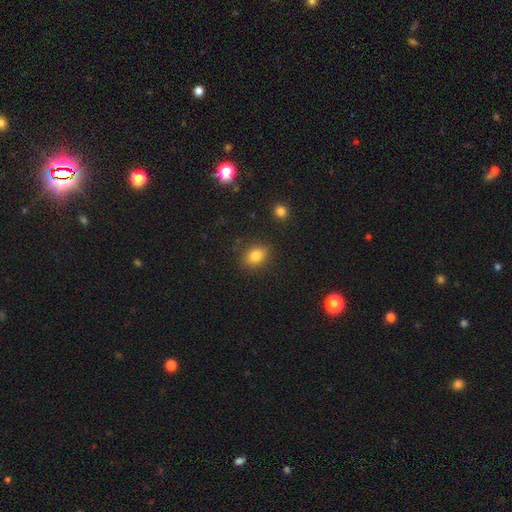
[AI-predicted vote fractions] Q: Smooth or featured?
A: smooth (83%); runner-up: star or artifact (10%)
Q: How rounded?
A: in between (74%); runner-up: round (24%)
Q: Merging?
A: none (85%); runner-up: minor disturbance (10%)